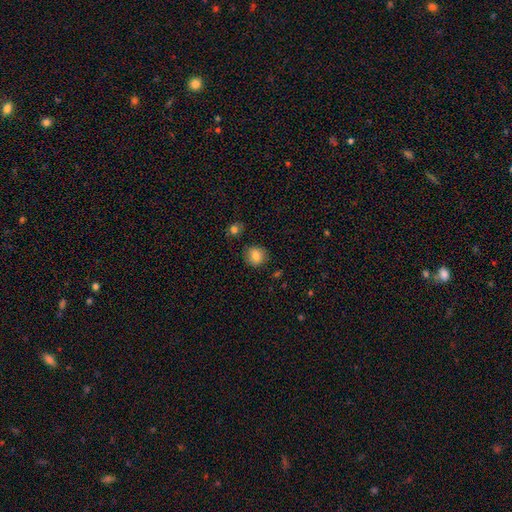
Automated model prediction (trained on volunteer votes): Morphology: type=smooth (83%); roundness=round (83%); merging=none (86%).